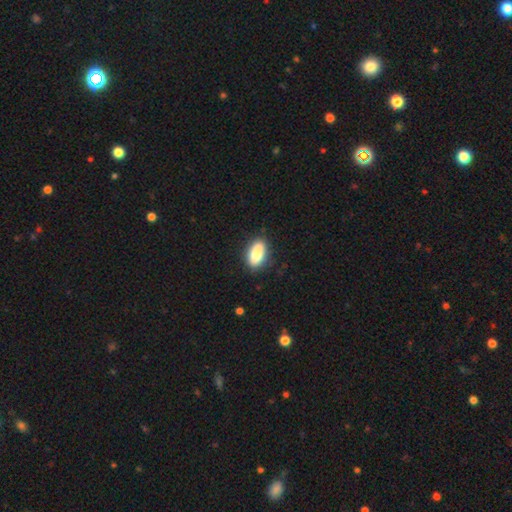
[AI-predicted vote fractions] Smooth or featured? Predicted: smooth (p=0.82). How rounded? Predicted: in between (p=0.87). Merging? Predicted: none (p=0.82).